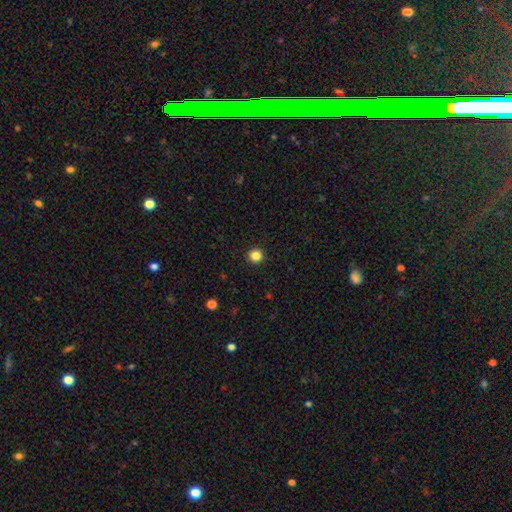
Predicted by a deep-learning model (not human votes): Smooth or featured: smooth — 85% (star or artifact — 12%)
How rounded: round — 95% (in between — 4%)
Merging: none — 94% (minor disturbance — 4%)